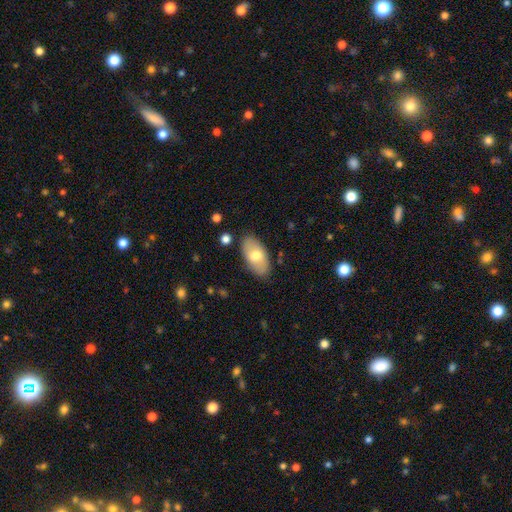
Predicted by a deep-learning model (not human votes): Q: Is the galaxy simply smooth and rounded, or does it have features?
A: smooth — 68%.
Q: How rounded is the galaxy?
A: in between — 94%.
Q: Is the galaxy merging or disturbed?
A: none — 84%.